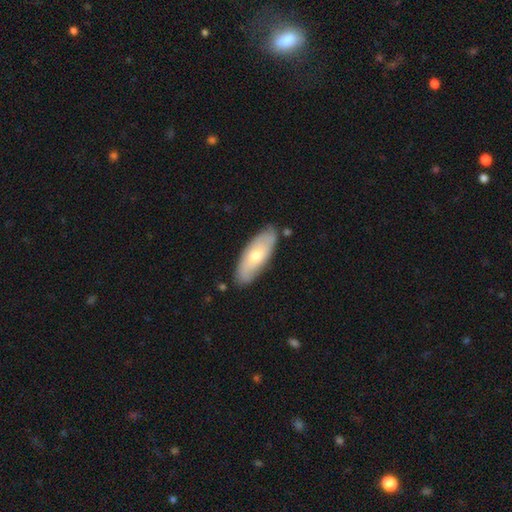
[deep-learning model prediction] Smooth or featured? smooth (59%)
How rounded? in between (71%)
Merging? none (82%)